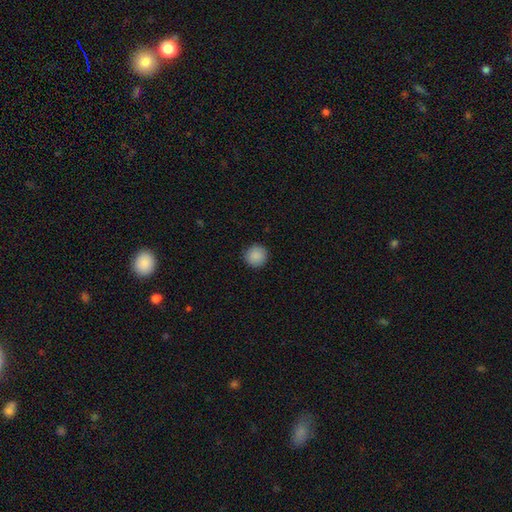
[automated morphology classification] Smooth or featured?
  - smooth: 89% *
  - star or artifact: 8%
  - featured or disk: 3%
How rounded?
  - round: 94% *
  - in between: 5%
  - cigar-shaped: 1%
Merging?
  - none: 92% *
  - minor disturbance: 5%
  - major disturbance: 2%
  - merger: 1%